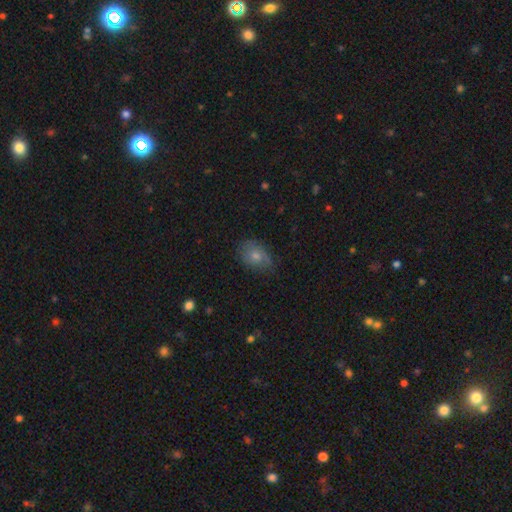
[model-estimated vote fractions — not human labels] Smooth or featured? Predicted: smooth (p=0.60). How rounded? Predicted: in between (p=0.69). Merging? Predicted: none (p=0.67).